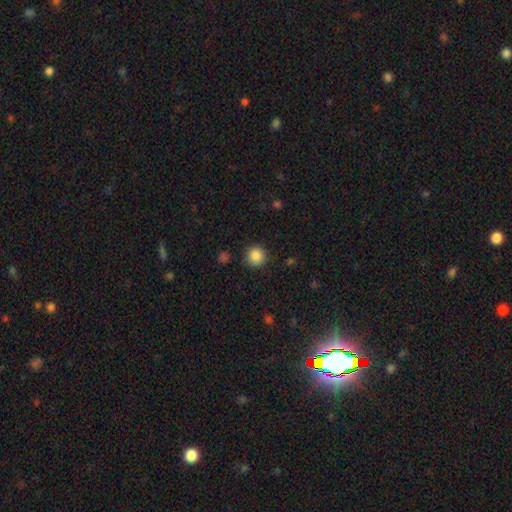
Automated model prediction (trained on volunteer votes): This appears to be a smooth galaxy with no disk features (86%) that is round (94%). Merging: none (88%).